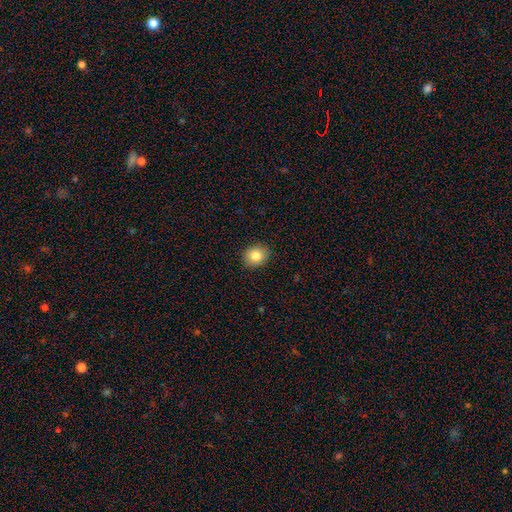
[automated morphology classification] type=smooth (83%); roundness=round (61%); merging=none (89%).